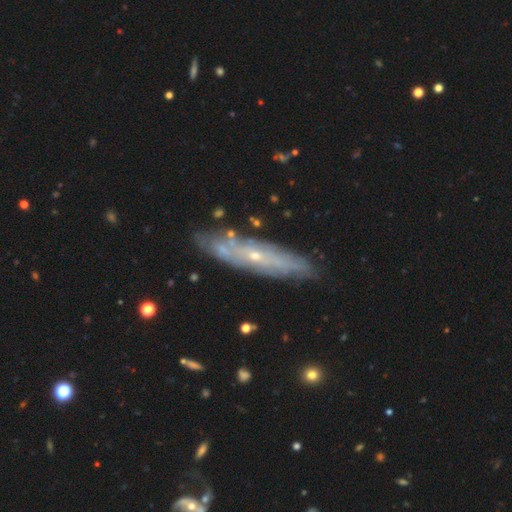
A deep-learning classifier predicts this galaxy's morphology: featured or disk 75%, smooth 19%, star or artifact 7%. Down the decision tree: edge-on disk — no (59%); merging — none (81%).